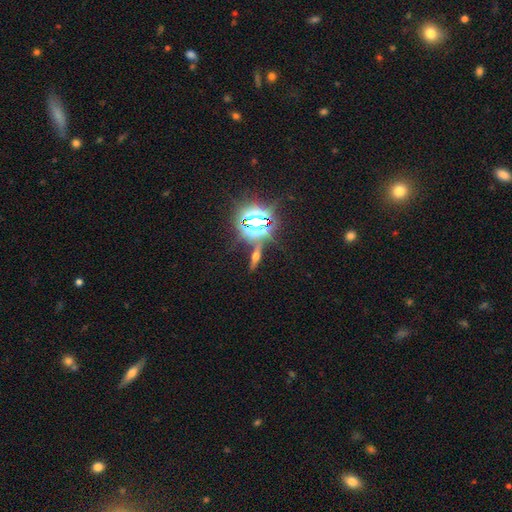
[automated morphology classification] Smooth or featured? featured or disk (39%)
Merging? none (77%)